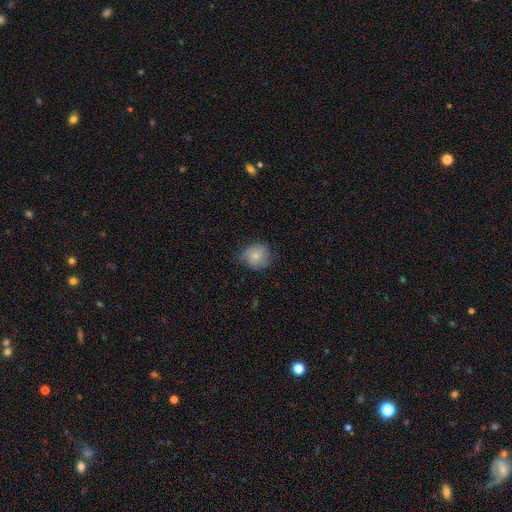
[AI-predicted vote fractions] Morphology: type=smooth (61%); roundness=round (77%); merging=none (64%).